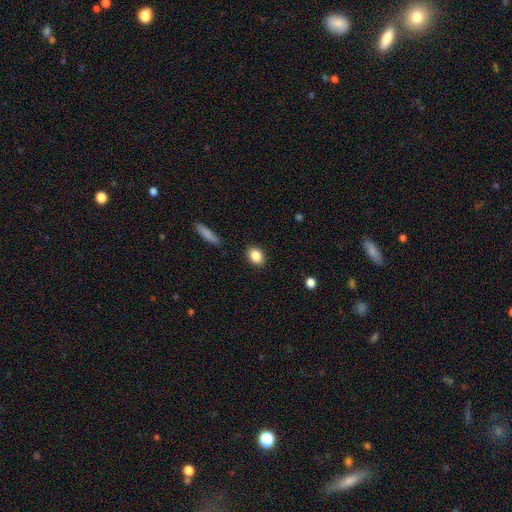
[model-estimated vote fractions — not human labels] A smooth galaxy with no disk features (86%) that is in between round and cigar-shaped (69%). Merging: none (88%).